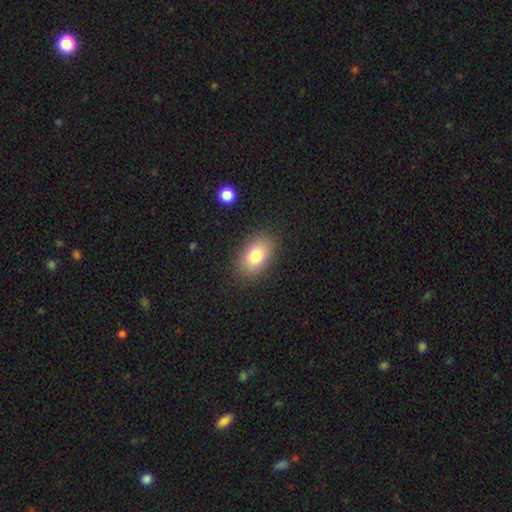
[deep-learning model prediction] A smooth galaxy with no disk features (80%) that is in between round and cigar-shaped (84%). Merging: none (87%).